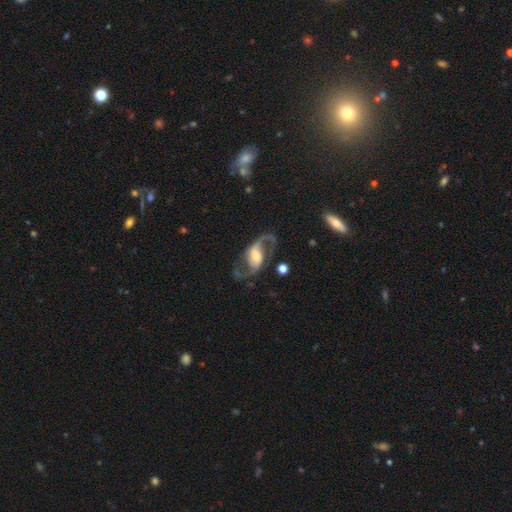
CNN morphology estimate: Overall: featured or disk (87%). Edge-on disk: no (96%). Bar: weak (43%; no 28%). Spiral arms: yes (95%). Spiral arm count: 2 (91%). Spiral winding: loose (53%; medium 40%). Bulge size: moderate (43%; small 26%). Merging: none (68%).